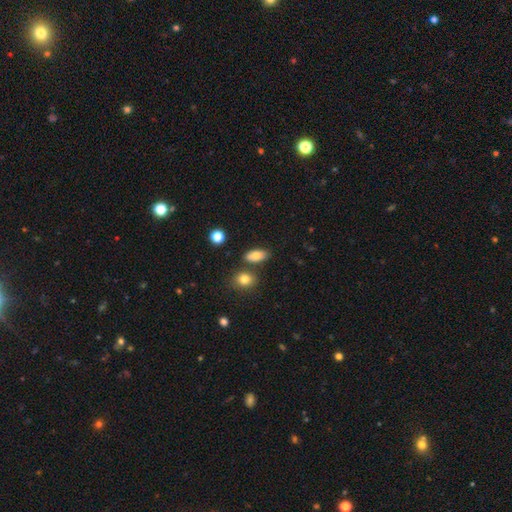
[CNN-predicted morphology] type=smooth (78%); roundness=in between (88%); merging=none (74%).